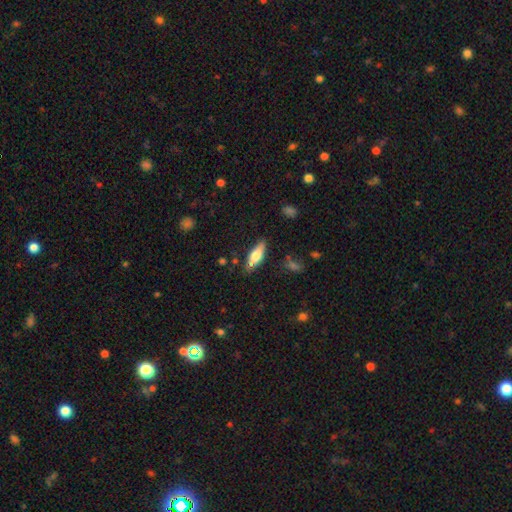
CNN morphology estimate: This is likely a smooth galaxy (66%). How rounded: possibly in between (59%). Merging: likely none (76%).